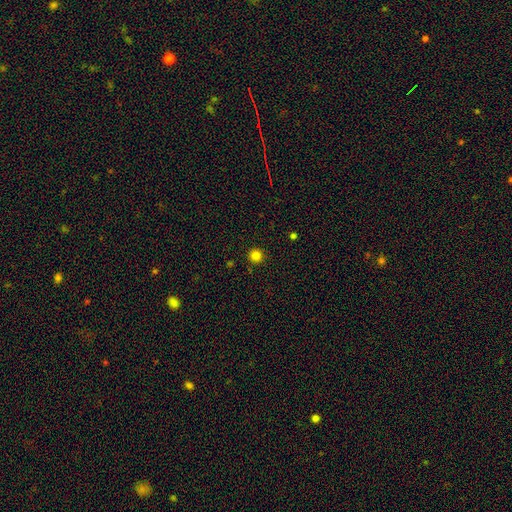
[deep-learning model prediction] Smooth or featured? smooth (83%)
How rounded? round (96%)
Merging? none (92%)